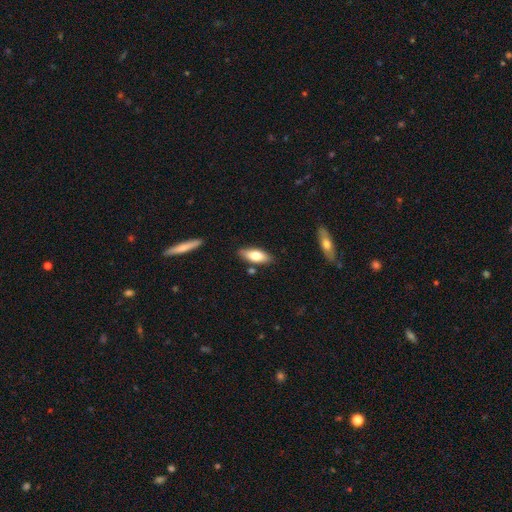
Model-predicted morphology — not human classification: Smooth or featured: smooth — 73% (featured or disk — 21%)
How rounded: in between — 76% (cigar-shaped — 22%)
Merging: none — 82% (minor disturbance — 12%)